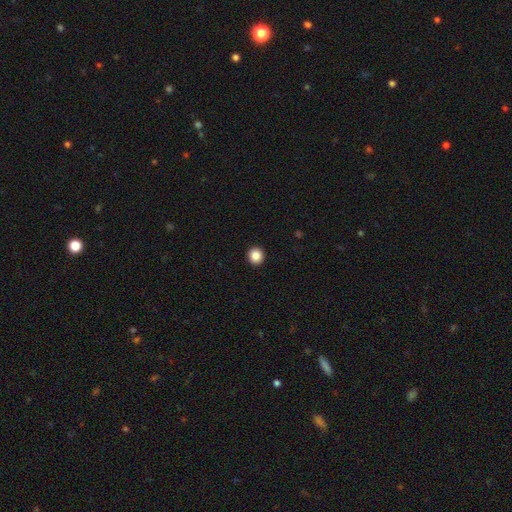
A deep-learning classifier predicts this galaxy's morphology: Smooth or featured? Predicted: smooth (p=0.86). How rounded? Predicted: round (p=0.93). Merging? Predicted: none (p=0.94).